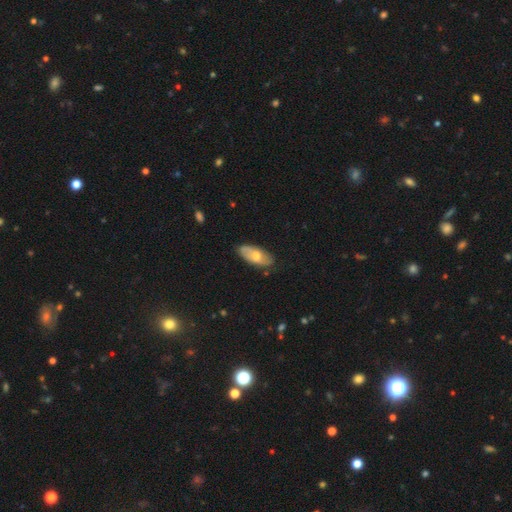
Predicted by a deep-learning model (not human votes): Smooth or featured? smooth (52%)
How rounded? in between (87%)
Merging? none (81%)